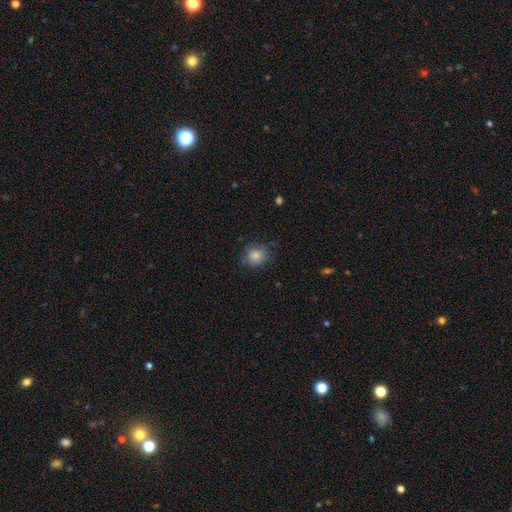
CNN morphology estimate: Q: Smooth or featured?
A: smooth (84%); runner-up: star or artifact (9%)
Q: How rounded?
A: round (69%); runner-up: in between (30%)
Q: Merging?
A: none (75%); runner-up: minor disturbance (19%)